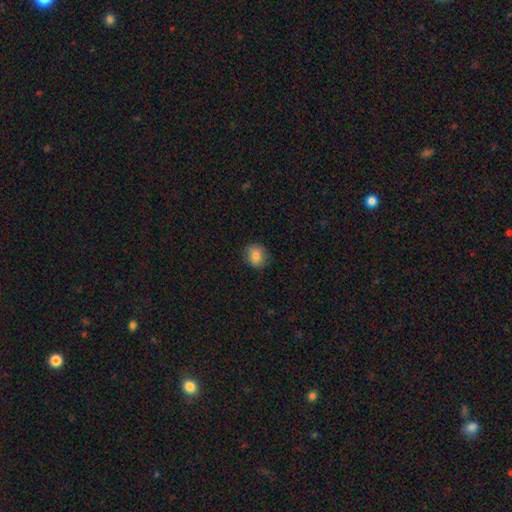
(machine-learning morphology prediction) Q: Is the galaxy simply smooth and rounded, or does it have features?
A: smooth — 82%.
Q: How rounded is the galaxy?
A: round — 66%.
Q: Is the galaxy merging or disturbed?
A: none — 83%.